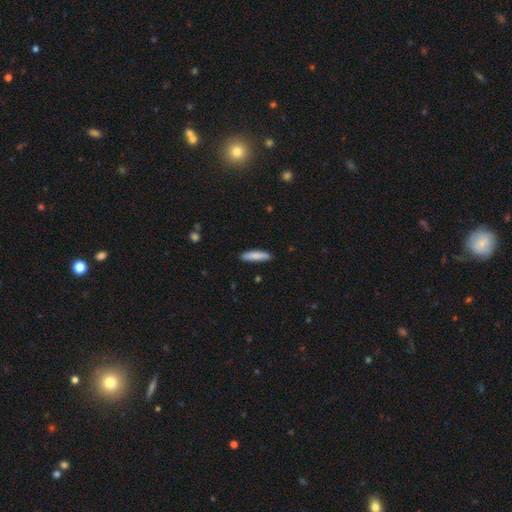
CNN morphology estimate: Smooth or featured? smooth (85%)
How rounded? cigar-shaped (79%)
Merging? none (87%)